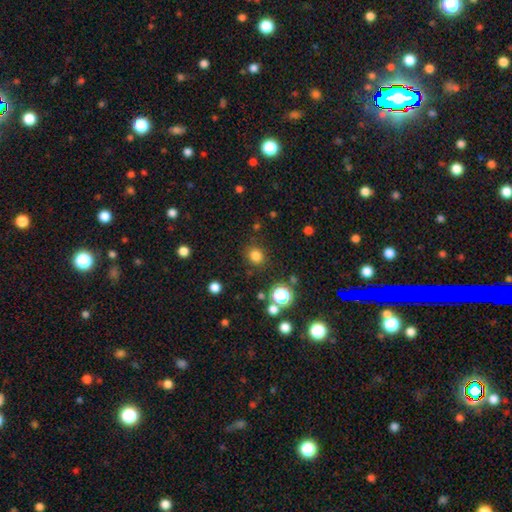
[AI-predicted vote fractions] smooth-or-featured: smooth: 79% | star or artifact: 16% | featured or disk: 4%
  how-rounded: round: 85% | in between: 15% | cigar-shaped: 1%
  merging: none: 86% | minor disturbance: 8% | major disturbance: 4% | merger: 2%